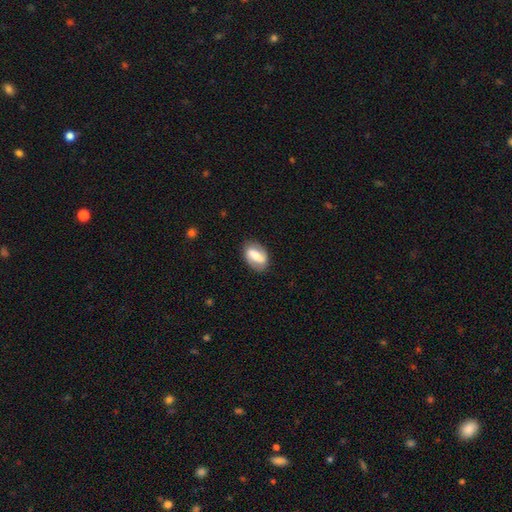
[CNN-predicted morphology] This appears to be a featured or disk galaxy (52%). Merging: none (82%).